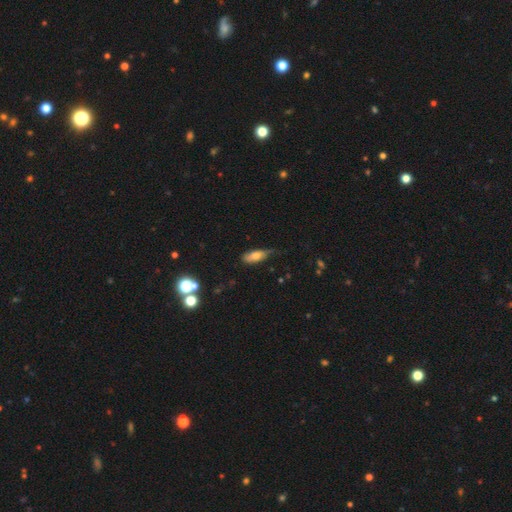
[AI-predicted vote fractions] A smooth galaxy with no disk features (69%) that is in between round and cigar-shaped (70%).

Vote fractions:
- Smooth or featured? smooth: 69% / featured or disk: 22% / star or artifact: 9%
- How rounded? in between: 70% / cigar-shaped: 27% / round: 3%
- Merging? none: 50% / minor disturbance: 38% / major disturbance: 9% / merger: 3%